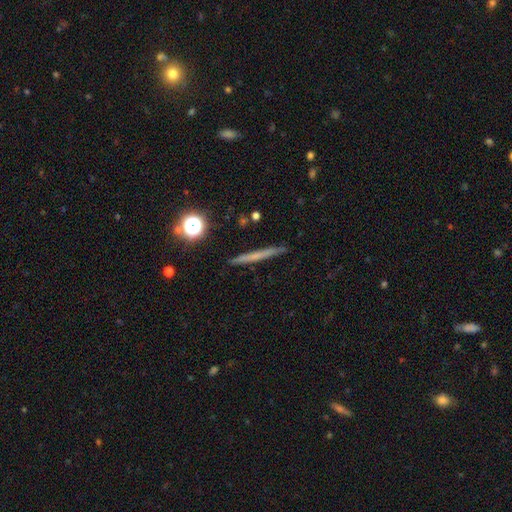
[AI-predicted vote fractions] This appears to be a smooth galaxy with no disk features (47%). Merging: none (90%).